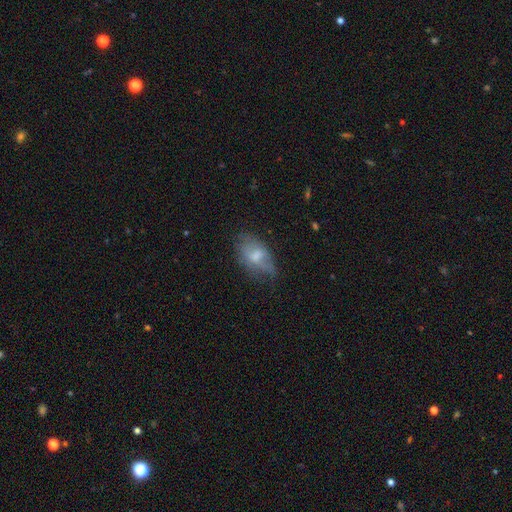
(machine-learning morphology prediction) Smooth or featured: smooth — 56% (featured or disk — 35%)
How rounded: in between — 89% (round — 6%)
Merging: none — 47% (minor disturbance — 34%)